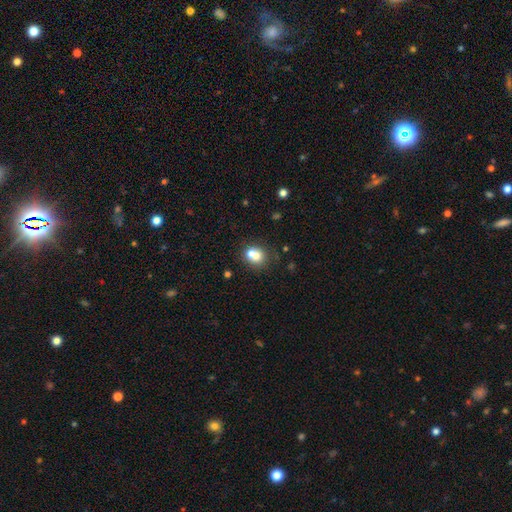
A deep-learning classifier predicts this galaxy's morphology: Smooth or featured?
  - smooth: 69% *
  - featured or disk: 19%
  - star or artifact: 11%
How rounded?
  - round: 71% *
  - in between: 28%
  - cigar-shaped: 1%
Merging?
  - merger: 52% *
  - none: 37%
  - minor disturbance: 8%
  - major disturbance: 3%